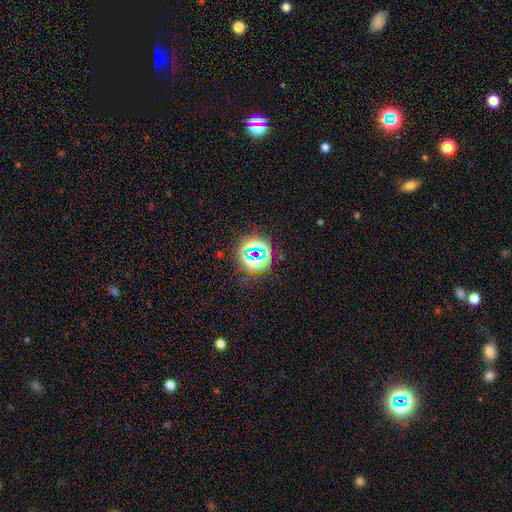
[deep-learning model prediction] This is likely a star or artifact rather than a galaxy (66%).